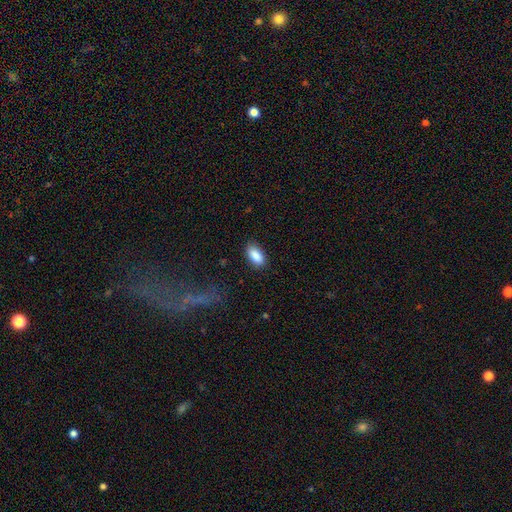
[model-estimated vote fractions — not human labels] A smooth galaxy with no disk features (89%) that is in between round and cigar-shaped (91%). Merging: none (85%).